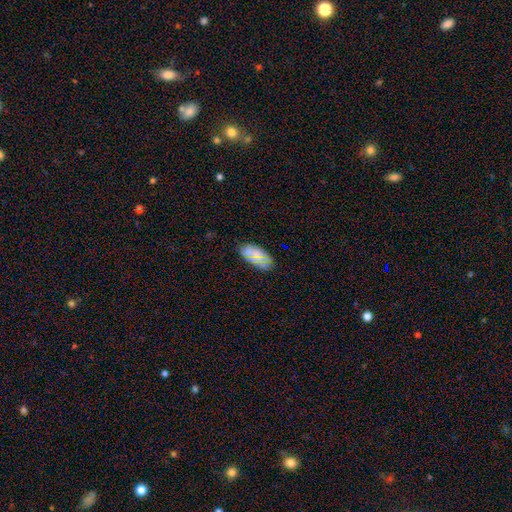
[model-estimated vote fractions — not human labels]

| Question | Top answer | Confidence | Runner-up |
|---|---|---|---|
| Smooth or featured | smooth | 71% | star or artifact (16%) |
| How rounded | in between | 93% | round (4%) |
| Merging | none | 82% | minor disturbance (14%) |